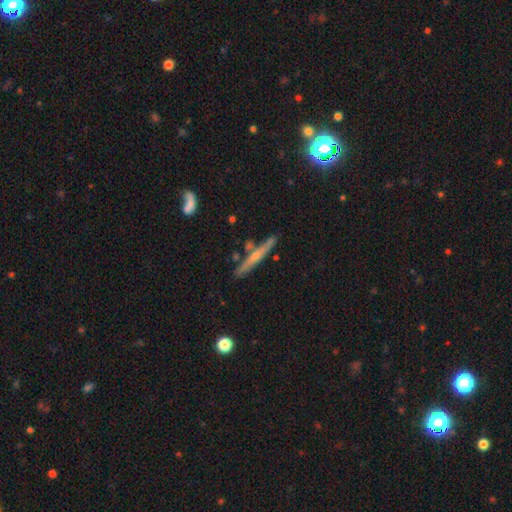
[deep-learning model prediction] A featured or disk galaxy (57%) viewed edge-on (95%) with a rounded central bulge (60%).

Vote fractions:
- Smooth or featured? featured or disk: 57% / smooth: 37% / star or artifact: 7%
- Edge-on disk? yes: 95% / no: 5%
- Edge-on bulge? rounded: 60% / none: 35% / boxy: 6%
- Merging? none: 80% / minor disturbance: 11% / merger: 6% / major disturbance: 2%